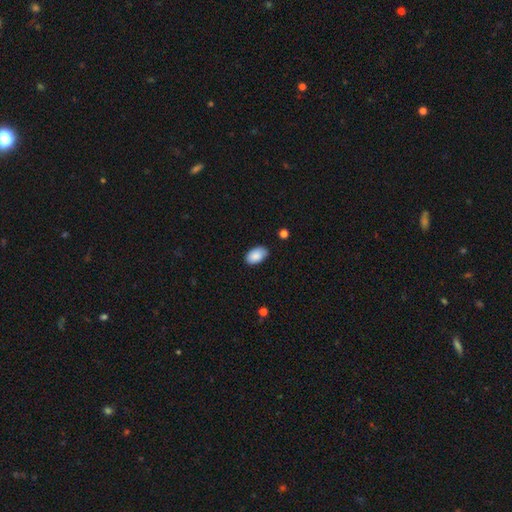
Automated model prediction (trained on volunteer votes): Q: Smooth or featured?
A: smooth (88%); runner-up: star or artifact (7%)
Q: How rounded?
A: in between (94%); runner-up: round (5%)
Q: Merging?
A: none (83%); runner-up: minor disturbance (14%)